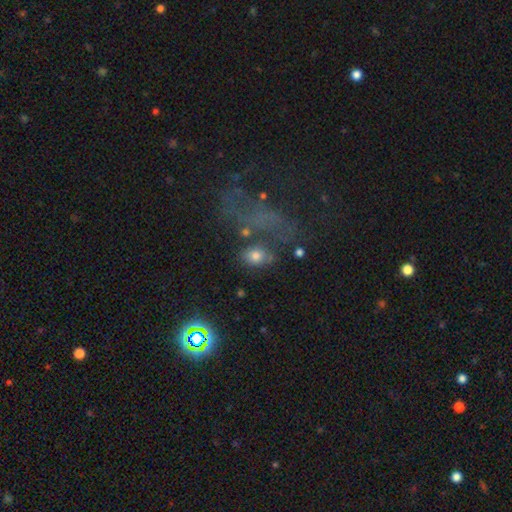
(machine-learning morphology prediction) Smooth or featured? Predicted: smooth (p=0.69). How rounded? Predicted: in between (p=0.62). Merging? Predicted: none (p=0.55).